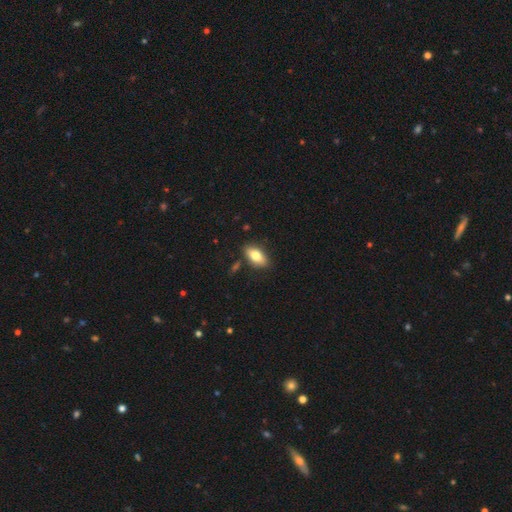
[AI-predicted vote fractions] Morphology: type=smooth (77%); roundness=in between (89%); merging=none (84%).